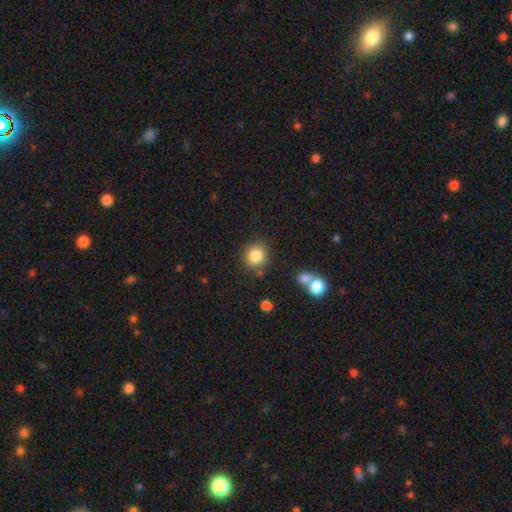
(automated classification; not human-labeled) smooth_or_featured: smooth (p=0.84) [alt: star or artifact p=0.10]
how_rounded: round (p=0.90) [alt: in between p=0.09]
merging: none (p=0.82) [alt: minor disturbance p=0.09]